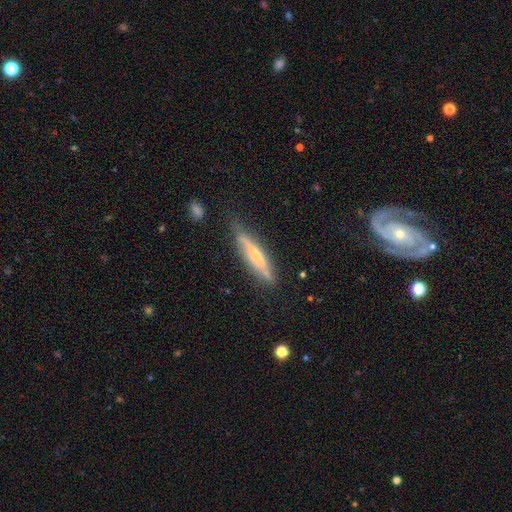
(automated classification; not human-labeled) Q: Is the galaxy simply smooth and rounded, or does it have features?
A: featured or disk — 55%.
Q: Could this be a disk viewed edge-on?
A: yes — 86%.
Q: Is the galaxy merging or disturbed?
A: none — 71%.